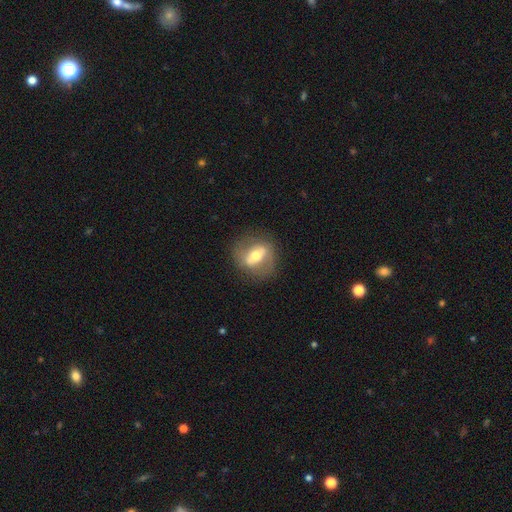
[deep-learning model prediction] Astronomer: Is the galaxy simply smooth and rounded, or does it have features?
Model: featured or disk — 58% (runner-up: smooth, 34%).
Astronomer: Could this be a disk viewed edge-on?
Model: no — 81%.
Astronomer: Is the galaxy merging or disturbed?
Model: none — 76%.